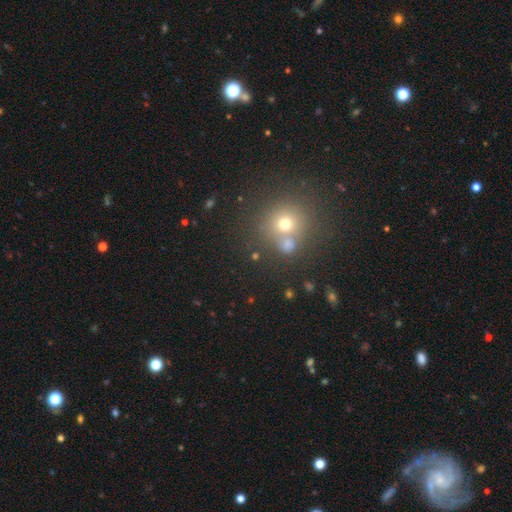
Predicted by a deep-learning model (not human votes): Smooth or featured?
  - smooth: 58% *
  - star or artifact: 28%
  - featured or disk: 14%
How rounded?
  - round: 83% *
  - in between: 15%
  - cigar-shaped: 1%
Merging?
  - none: 55% *
  - merger: 32%
  - minor disturbance: 8%
  - major disturbance: 4%